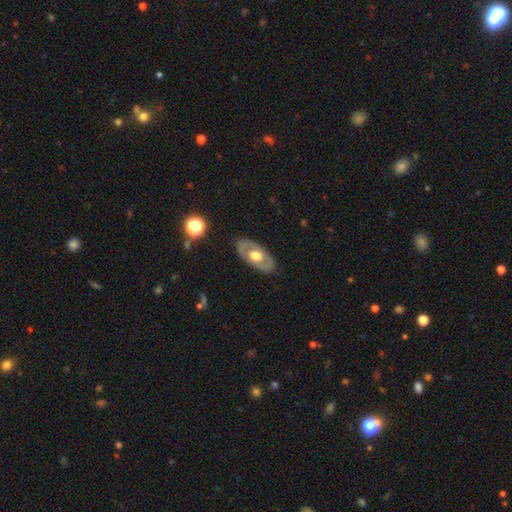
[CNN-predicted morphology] Smooth or featured: featured or disk — 59% (smooth — 36%)
Edge-on disk: no — 86% (yes — 14%)
Bar: no — 81% (weak — 15%)
Spiral arms: no — 74% (yes — 26%)
Bulge size: moderate — 59% (large — 34%)
Merging: none — 82% (minor disturbance — 12%)